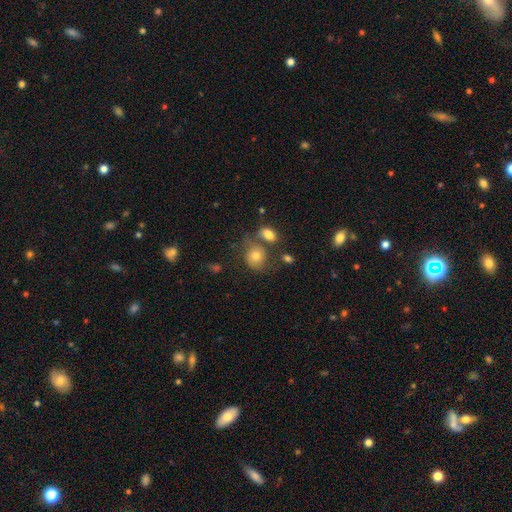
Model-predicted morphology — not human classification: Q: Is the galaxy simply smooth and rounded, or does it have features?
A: smooth — 71%.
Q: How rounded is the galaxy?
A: round — 63%.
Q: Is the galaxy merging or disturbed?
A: none — 50%.